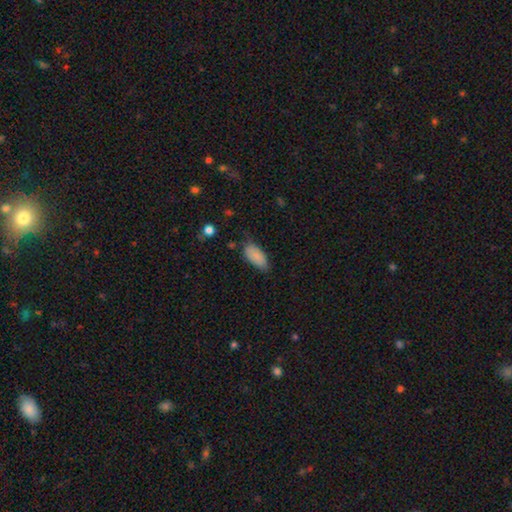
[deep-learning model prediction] A smooth galaxy with no disk features (87%) that is in between round and cigar-shaped (89%).

Vote fractions:
- Smooth or featured? smooth: 87% / star or artifact: 7% / featured or disk: 6%
- How rounded? in between: 89% / cigar-shaped: 8% / round: 2%
- Merging? none: 64% / minor disturbance: 28% / major disturbance: 5% / merger: 2%